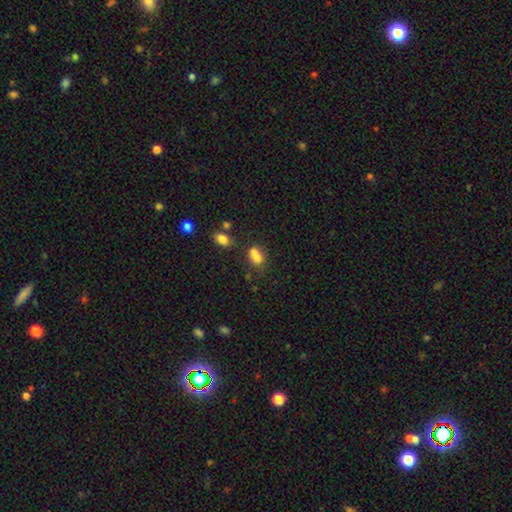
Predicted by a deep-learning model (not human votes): This appears to be a smooth galaxy with no disk features (75%) that is in between round and cigar-shaped (73%). Merging: none (37%, tied with merger).